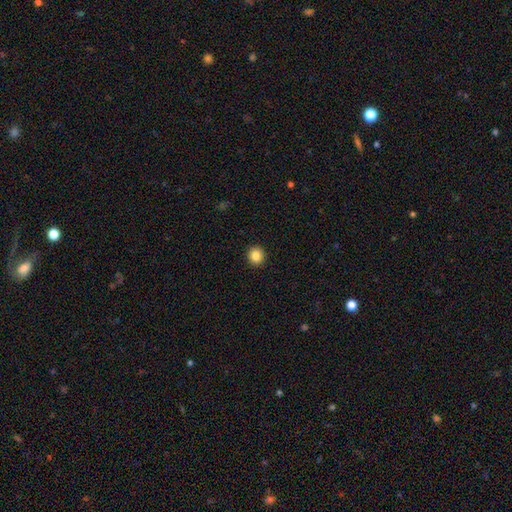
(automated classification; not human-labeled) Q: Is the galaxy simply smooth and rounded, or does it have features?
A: smooth — 85%.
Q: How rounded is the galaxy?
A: round — 88%.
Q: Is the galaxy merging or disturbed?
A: none — 93%.